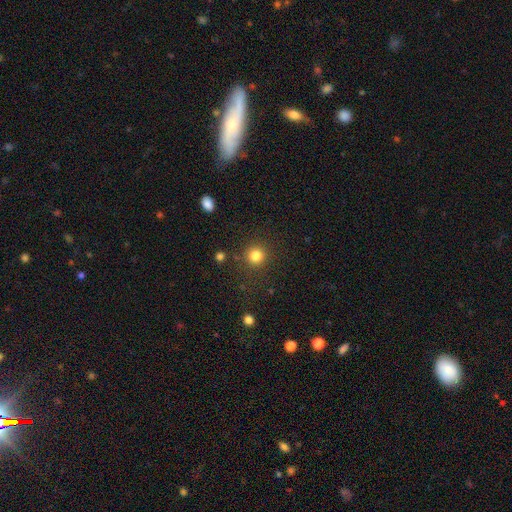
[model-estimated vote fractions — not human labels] Overall: smooth (82%). How rounded: round (94%). Merging: none (88%).